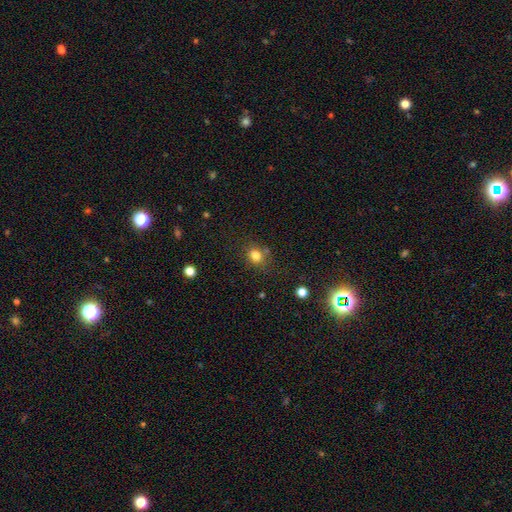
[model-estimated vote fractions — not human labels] smooth-or-featured: smooth: 80% | star or artifact: 13% | featured or disk: 7%
  how-rounded: round: 63% | in between: 36% | cigar-shaped: 1%
  merging: none: 72% | minor disturbance: 15% | merger: 8% | major disturbance: 5%